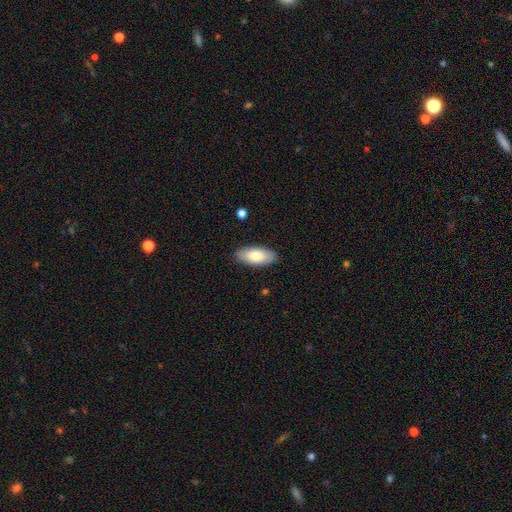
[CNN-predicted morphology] Overall: smooth (80%). How rounded: in between (88%). Merging: none (87%).